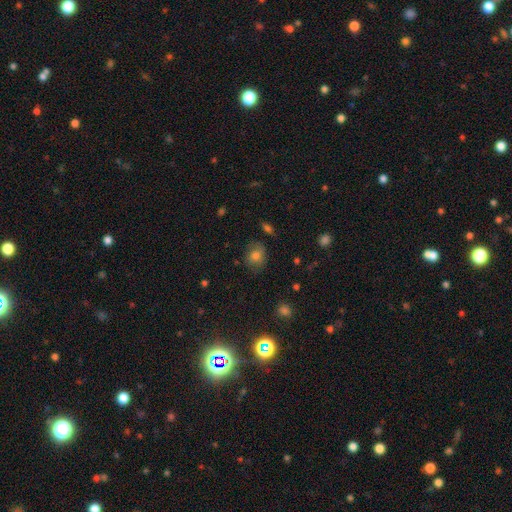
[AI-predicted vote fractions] The model was most divided on "how rounded": round: 67%, in between: 32%, cigar-shaped: 1%. More confident: merging — none (72%); smooth or featured — smooth (71%).